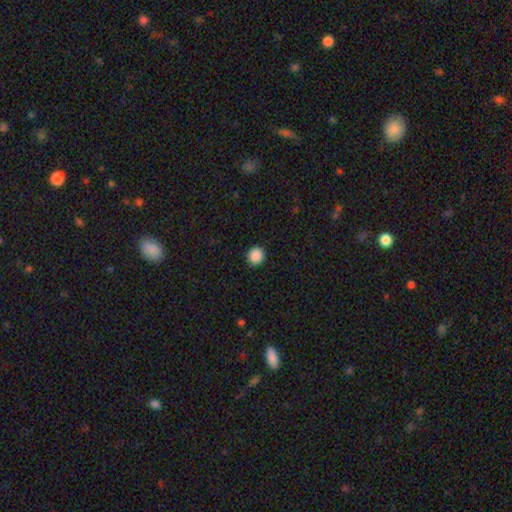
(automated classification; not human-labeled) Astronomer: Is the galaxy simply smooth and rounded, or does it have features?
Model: smooth — 89%.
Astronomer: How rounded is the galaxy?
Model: round — 87%.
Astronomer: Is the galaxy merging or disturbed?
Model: none — 92%.